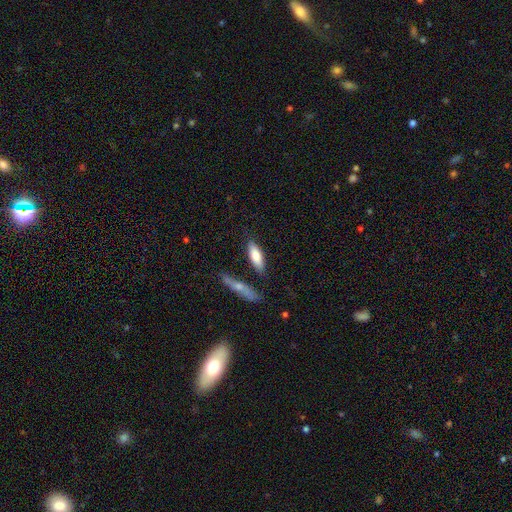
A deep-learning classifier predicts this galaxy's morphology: Overall: smooth (76%). How rounded: in between (57%; cigar-shaped 41%). Merging: none (77%).